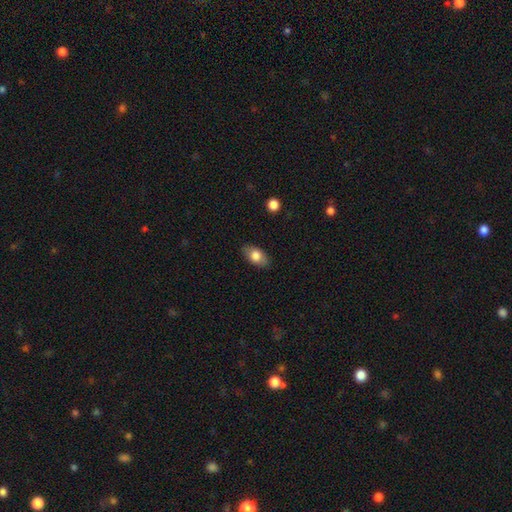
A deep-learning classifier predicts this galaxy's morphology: Q: Smooth or featured?
A: smooth (78%); runner-up: featured or disk (15%)
Q: How rounded?
A: in between (90%); runner-up: round (8%)
Q: Merging?
A: none (85%); runner-up: minor disturbance (12%)